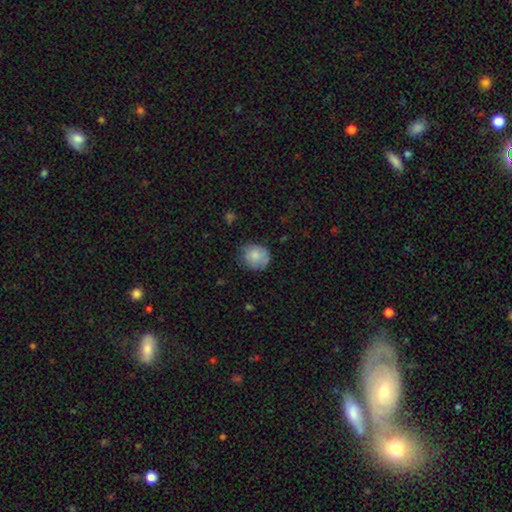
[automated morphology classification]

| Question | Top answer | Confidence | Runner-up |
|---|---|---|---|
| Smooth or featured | smooth | 80% | featured or disk (12%) |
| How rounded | round | 80% | in between (19%) |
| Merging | none | 62% | minor disturbance (29%) |